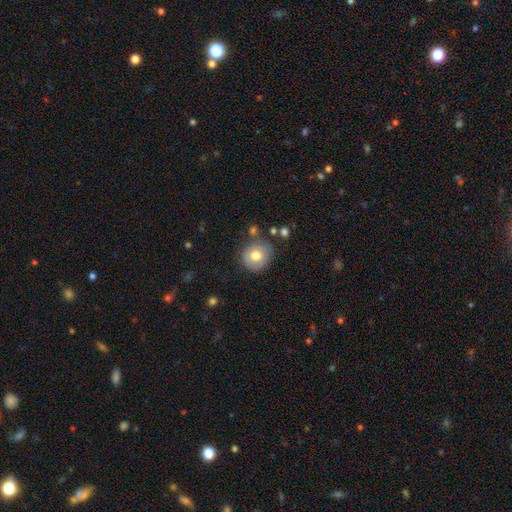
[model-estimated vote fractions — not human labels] Q: Smooth or featured?
A: smooth (71%); runner-up: featured or disk (21%)
Q: How rounded?
A: round (81%); runner-up: in between (18%)
Q: Merging?
A: none (76%); runner-up: minor disturbance (15%)